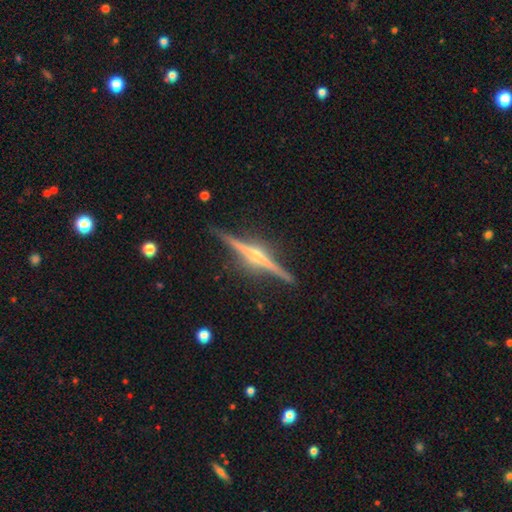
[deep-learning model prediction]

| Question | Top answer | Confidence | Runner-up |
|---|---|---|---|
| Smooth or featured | featured or disk | 85% | smooth (9%) |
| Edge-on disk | yes | 98% | no (2%) |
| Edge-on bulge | rounded | 79% | none (14%) |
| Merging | none | 89% | minor disturbance (8%) |